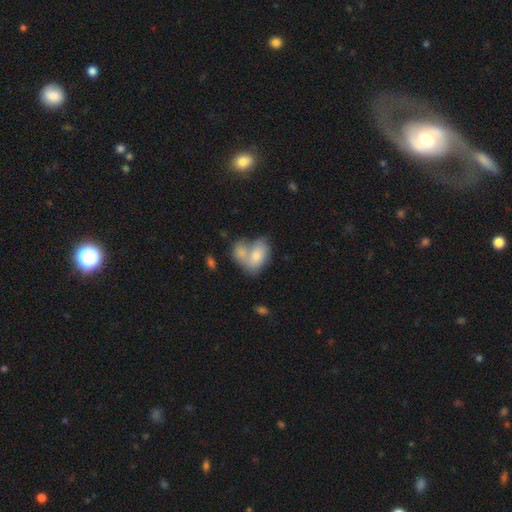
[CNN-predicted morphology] smooth-or-featured: smooth: 71% | featured or disk: 22% | star or artifact: 6%
  how-rounded: in between: 83% | round: 16% | cigar-shaped: 2%
  merging: merger: 60% | none: 21% | minor disturbance: 11% | major disturbance: 8%